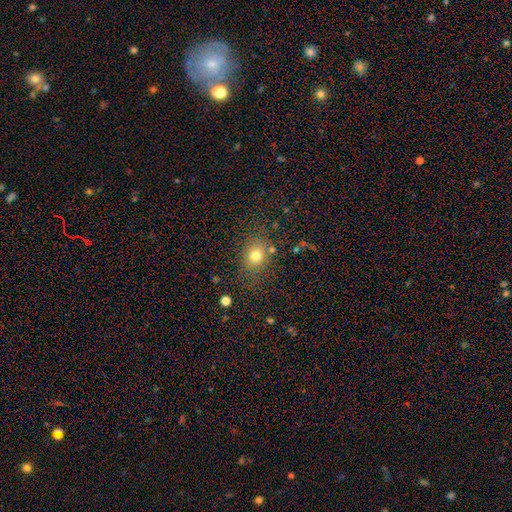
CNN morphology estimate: Smooth or featured: smooth — 74% (star or artifact — 16%)
How rounded: round — 60% (in between — 38%)
Merging: none — 78% (minor disturbance — 13%)